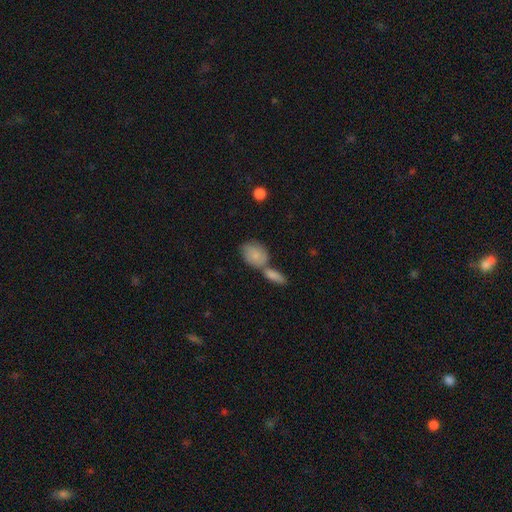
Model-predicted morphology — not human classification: smooth_or_featured: smooth (p=0.78) [alt: featured or disk p=0.16]
how_rounded: in between (p=0.72) [alt: round p=0.25]
merging: merger (p=0.44) [alt: none p=0.41]